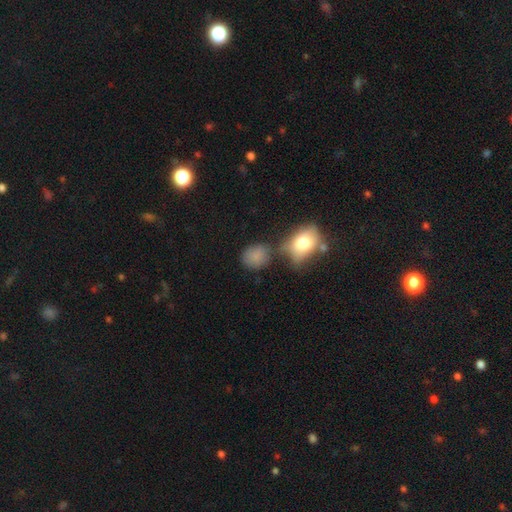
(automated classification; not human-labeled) Smooth or featured? smooth (81%)
How rounded? round (59%)
Merging? none (59%)